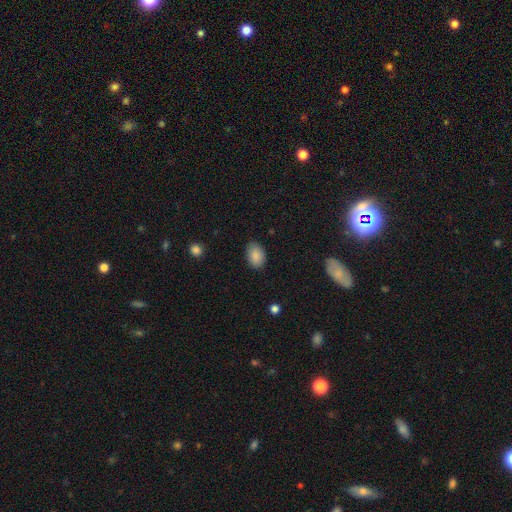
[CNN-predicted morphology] smooth_or_featured: smooth (p=0.88) [alt: star or artifact p=0.07]
how_rounded: in between (p=0.85) [alt: round p=0.14]
merging: none (p=0.84) [alt: minor disturbance p=0.13]